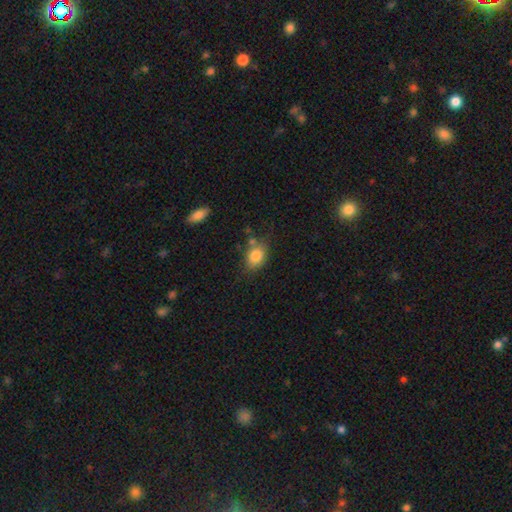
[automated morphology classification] Smooth or featured? smooth (83%)
How rounded? in between (74%)
Merging? none (66%)